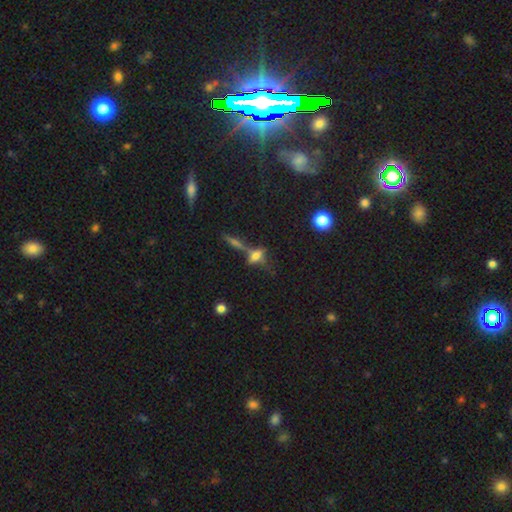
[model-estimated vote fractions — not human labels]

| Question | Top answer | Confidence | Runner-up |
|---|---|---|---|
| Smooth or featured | smooth | 42% | featured or disk (36%) |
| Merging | none | 49% | merger (28%) |